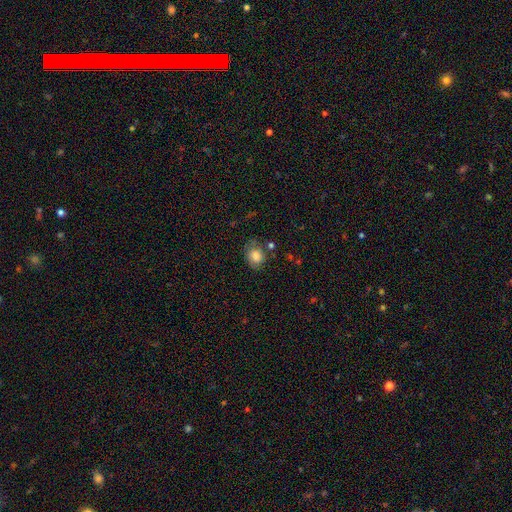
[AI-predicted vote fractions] Smooth or featured? smooth (81%)
How rounded? round (57%)
Merging? none (66%)